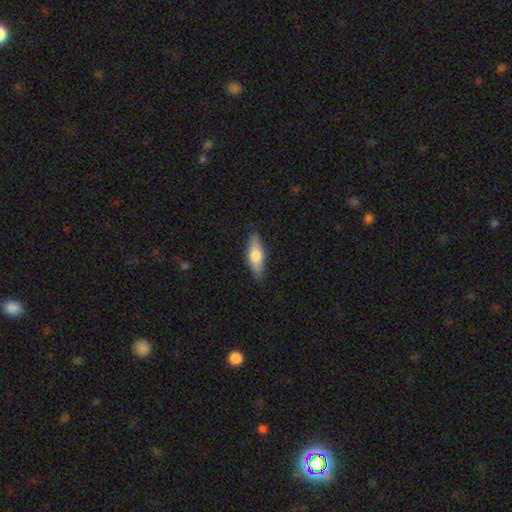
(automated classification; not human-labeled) The model was most divided on "how rounded": in between: 56%, cigar-shaped: 41%, round: 3%. More confident: merging — none (85%); smooth or featured — smooth (63%).